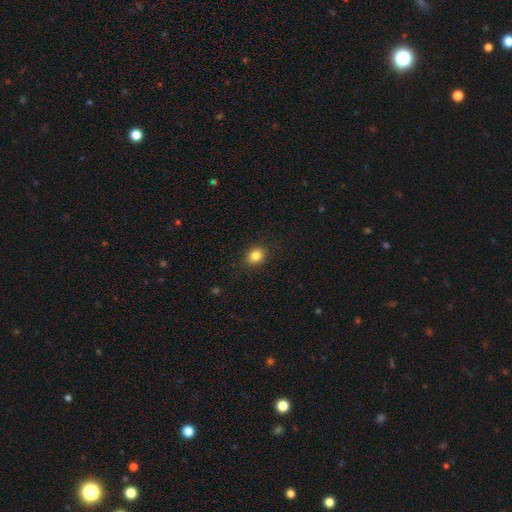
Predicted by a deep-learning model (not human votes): Overall: smooth (84%). How rounded: round (62%; in between 37%). Merging: none (88%).